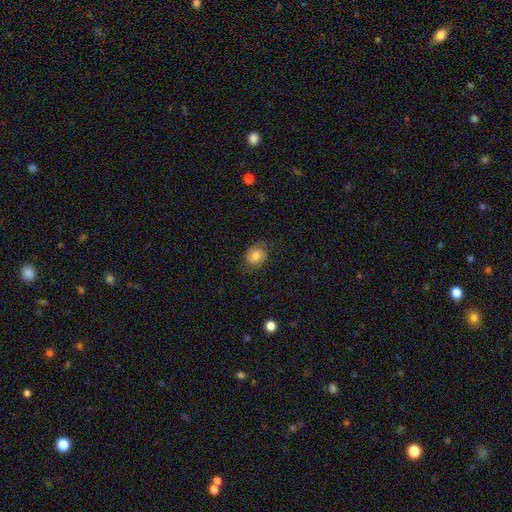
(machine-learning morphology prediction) Overall: smooth (75%). How rounded: round (57%; in between 42%). Merging: none (74%).